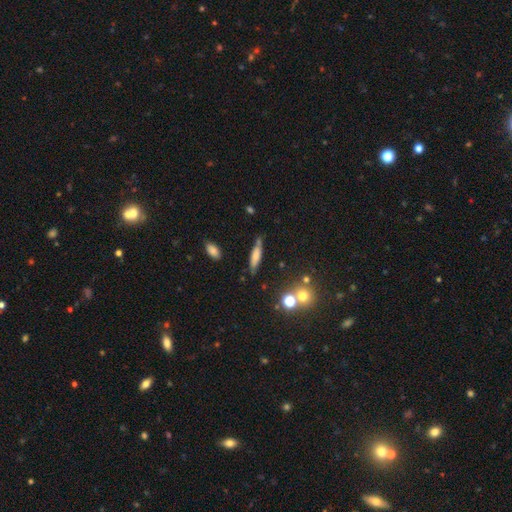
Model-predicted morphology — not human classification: Q: Smooth or featured?
A: smooth (66%); runner-up: featured or disk (24%)
Q: How rounded?
A: cigar-shaped (69%); runner-up: in between (29%)
Q: Merging?
A: none (70%); runner-up: minor disturbance (18%)